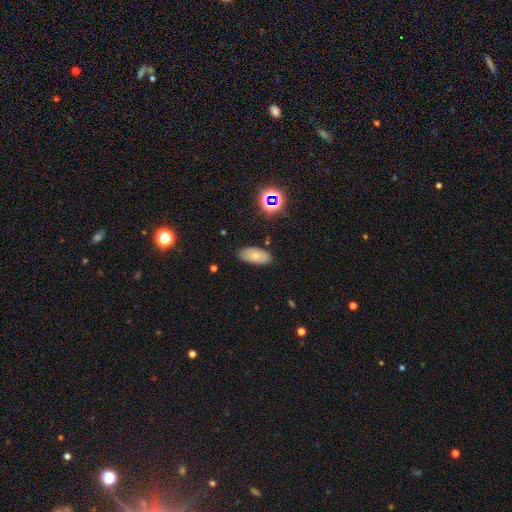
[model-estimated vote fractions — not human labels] Smooth or featured? Predicted: smooth (p=0.70). How rounded? Predicted: in between (p=0.91). Merging? Predicted: none (p=0.83).